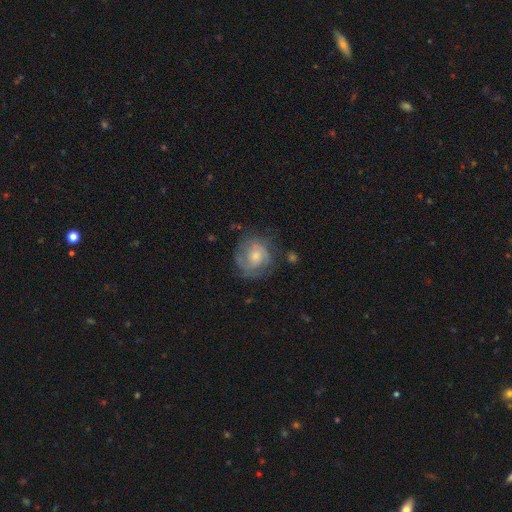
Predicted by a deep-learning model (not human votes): Q: Smooth or featured?
A: featured or disk (70%); runner-up: smooth (22%)
Q: Edge-on disk?
A: no (98%); runner-up: yes (2%)
Q: Bar?
A: no (70%); runner-up: weak (25%)
Q: Spiral arms?
A: yes (86%); runner-up: no (14%)
Q: Spiral winding?
A: tight (61%); runner-up: medium (30%)
Q: Spiral arm count?
A: can't tell (37%); runner-up: 2 (36%)
Q: Bulge size?
A: moderate (49%); runner-up: small (46%)
Q: Merging?
A: none (70%); runner-up: minor disturbance (19%)